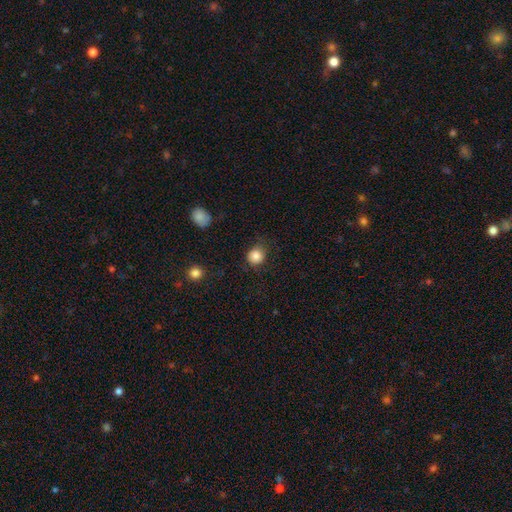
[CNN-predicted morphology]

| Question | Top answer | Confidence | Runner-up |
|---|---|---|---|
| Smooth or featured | smooth | 85% | star or artifact (10%) |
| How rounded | round | 84% | in between (15%) |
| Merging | none | 78% | minor disturbance (16%) |